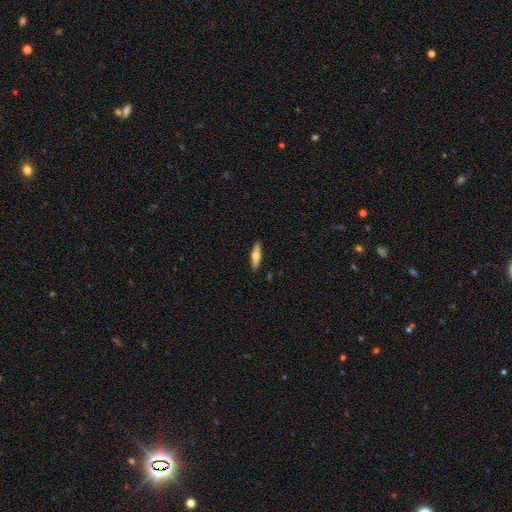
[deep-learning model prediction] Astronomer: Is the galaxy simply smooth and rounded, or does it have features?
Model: smooth — 56% (runner-up: featured or disk, 38%).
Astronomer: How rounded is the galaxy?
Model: cigar-shaped — 61%.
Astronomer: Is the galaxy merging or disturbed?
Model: none — 90%.